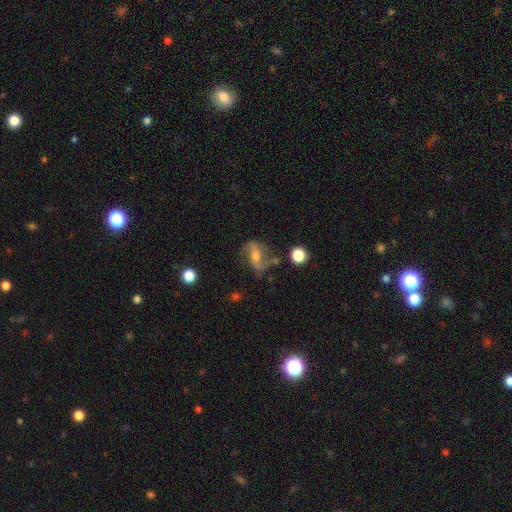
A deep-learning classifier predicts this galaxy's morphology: A featured or disk galaxy (80%) with a weak bar (38%), 2 (90%) loose (62%) spiral arms (93%) and a moderate central bulge (49%). Merging: none (70%).